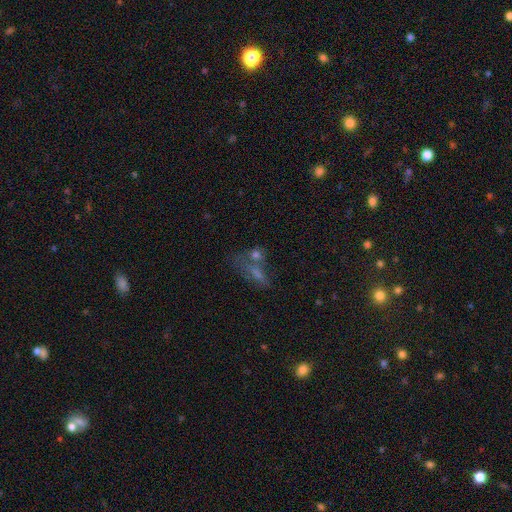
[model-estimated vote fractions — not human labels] This appears to be a smooth galaxy with no disk features (48%). Merging: none (39%).